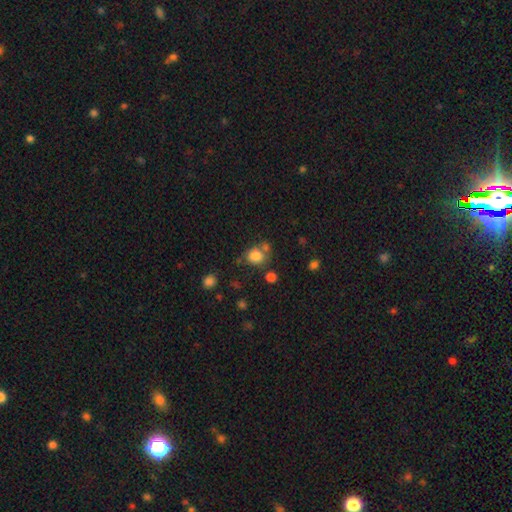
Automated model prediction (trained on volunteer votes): Overall: smooth (81%). How rounded: round (67%; in between 32%). Merging: none (56%; merger 23%).